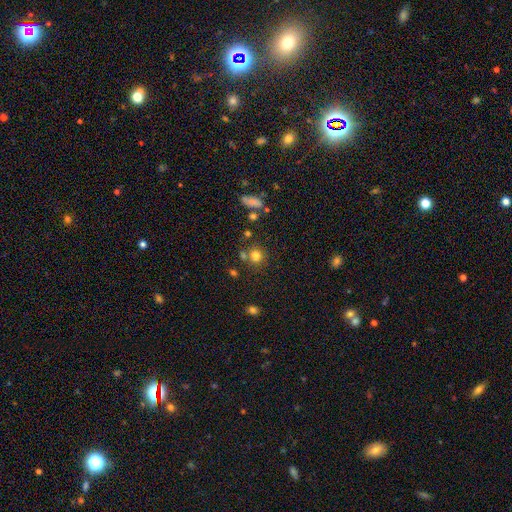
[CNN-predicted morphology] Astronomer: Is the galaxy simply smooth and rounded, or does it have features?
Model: smooth — 76%.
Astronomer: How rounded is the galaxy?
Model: round — 85%.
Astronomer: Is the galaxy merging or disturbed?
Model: none — 68%.